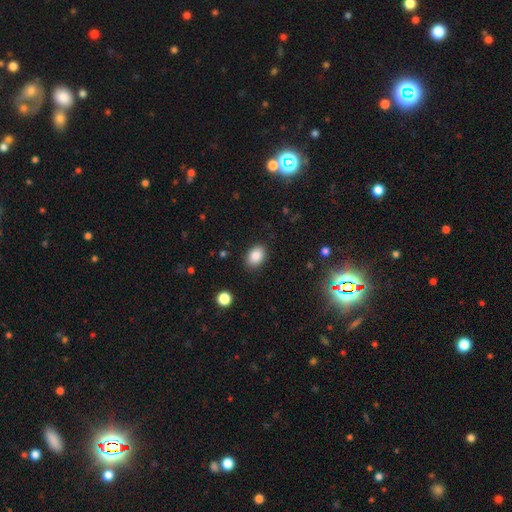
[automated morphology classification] smooth 86%, star or artifact 9%, featured or disk 6%. Down the decision tree: how rounded — in between (77%); merging — none (87%).